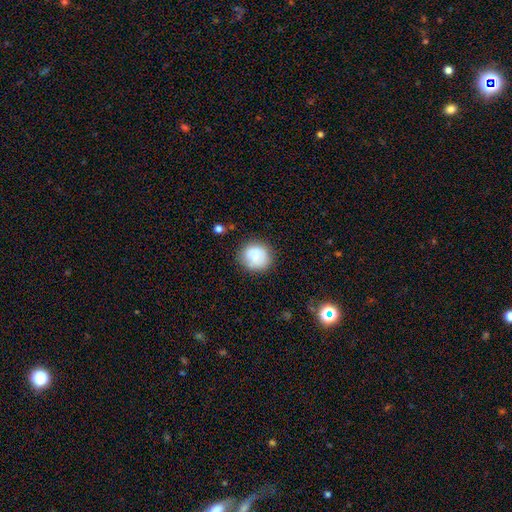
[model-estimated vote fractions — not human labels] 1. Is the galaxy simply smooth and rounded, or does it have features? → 80% smooth, 11% featured or disk, 8% star or artifact.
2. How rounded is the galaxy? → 81% round, 19% in between, 1% cigar-shaped.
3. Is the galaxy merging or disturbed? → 74% none, 17% minor disturbance, 5% major disturbance, 4% merger.